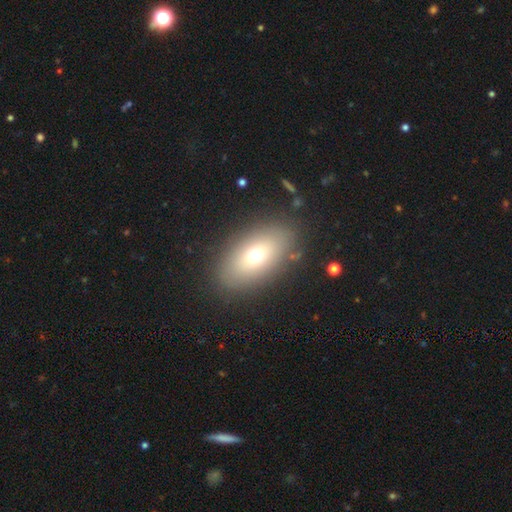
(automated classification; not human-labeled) Smooth or featured? Predicted: smooth (p=0.67). How rounded? Predicted: in between (p=0.87). Merging? Predicted: none (p=0.85).